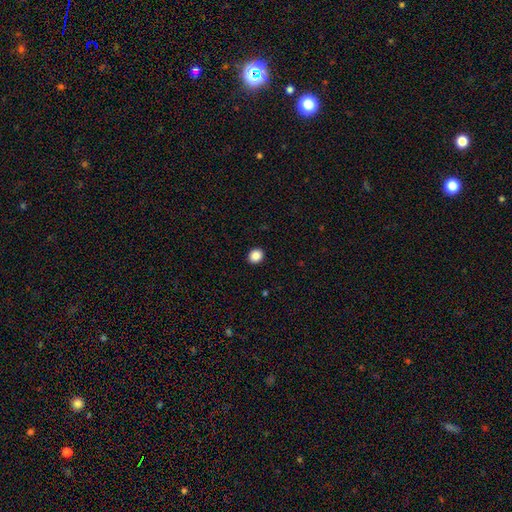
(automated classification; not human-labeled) Smooth or featured? Predicted: smooth (p=0.88). How rounded? Predicted: round (p=0.81). Merging? Predicted: none (p=0.93).